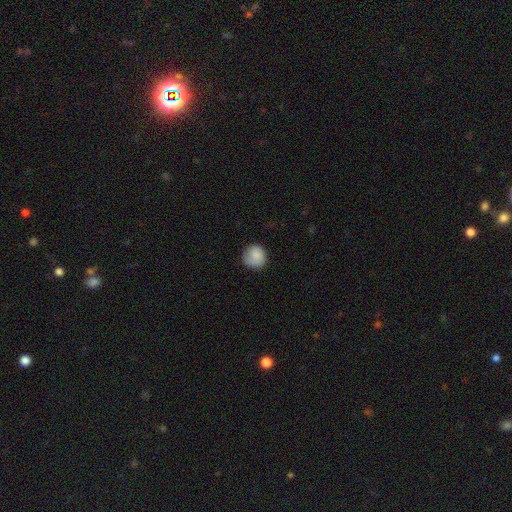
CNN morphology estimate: Smooth or featured: smooth — 85% (featured or disk — 8%)
How rounded: round — 89% (in between — 10%)
Merging: none — 75% (minor disturbance — 19%)